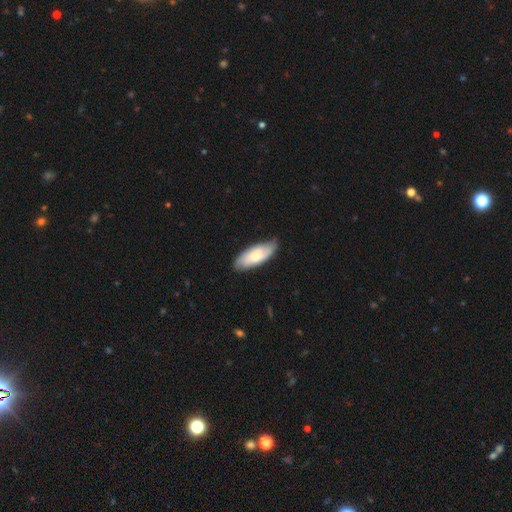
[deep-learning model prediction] A smooth galaxy with no disk features (63%) that is in between round and cigar-shaped (75%).

Vote fractions:
- Smooth or featured? smooth: 63% / featured or disk: 32% / star or artifact: 5%
- How rounded? in between: 75% / cigar-shaped: 23% / round: 2%
- Merging? none: 80% / minor disturbance: 16% / major disturbance: 2% / merger: 1%